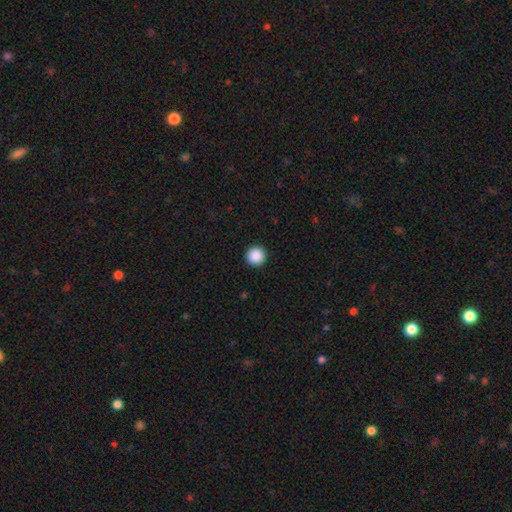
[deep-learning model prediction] Smooth or featured? Predicted: smooth (p=0.89). How rounded? Predicted: round (p=0.96). Merging? Predicted: none (p=0.93).